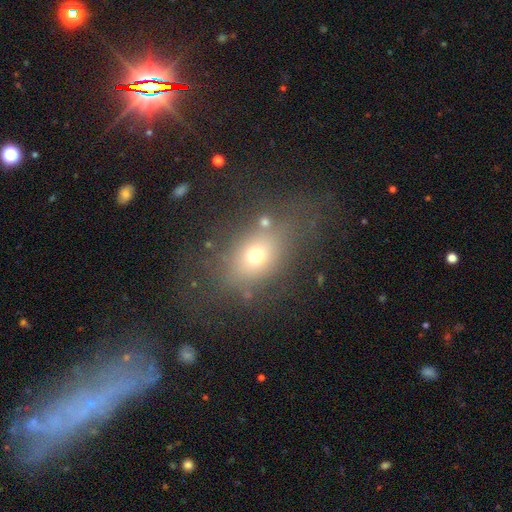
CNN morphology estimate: smooth_or_featured: smooth (p=0.67) [alt: star or artifact p=0.18]
how_rounded: in between (p=0.59) [alt: round p=0.38]
merging: none (p=0.65) [alt: minor disturbance p=0.16]